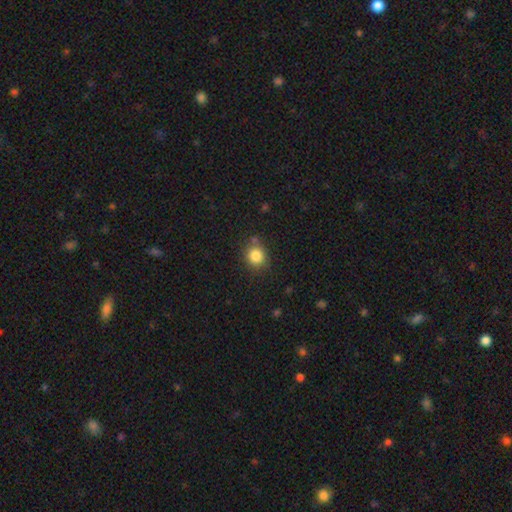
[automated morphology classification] Q: Smooth or featured?
A: smooth (84%); runner-up: star or artifact (11%)
Q: How rounded?
A: round (80%); runner-up: in between (19%)
Q: Merging?
A: none (76%); runner-up: minor disturbance (15%)